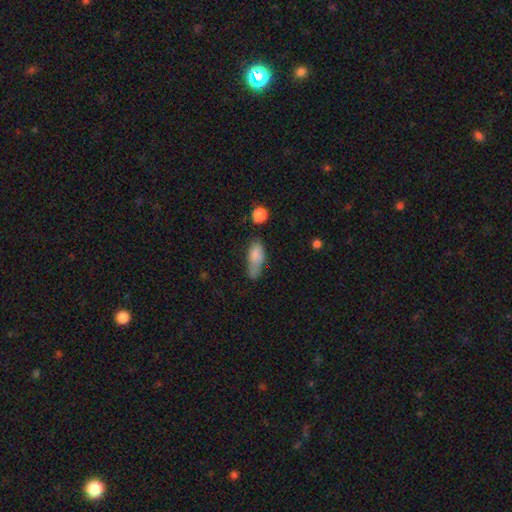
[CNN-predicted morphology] type=smooth (79%); roundness=in between (74%); merging=none (36%).